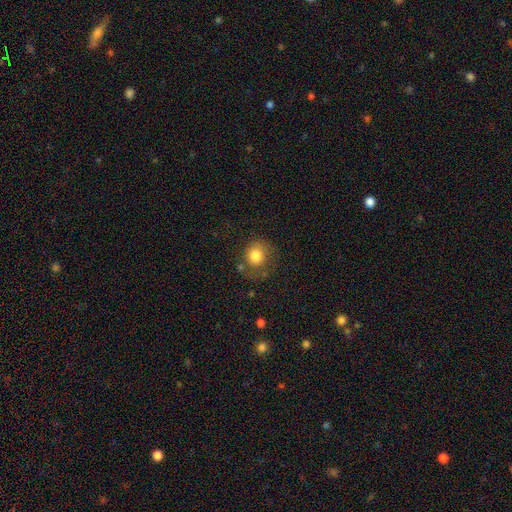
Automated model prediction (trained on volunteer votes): smooth 79%, featured or disk 11%, star or artifact 9%. Down the decision tree: how rounded — round (81%); merging — none (62%).